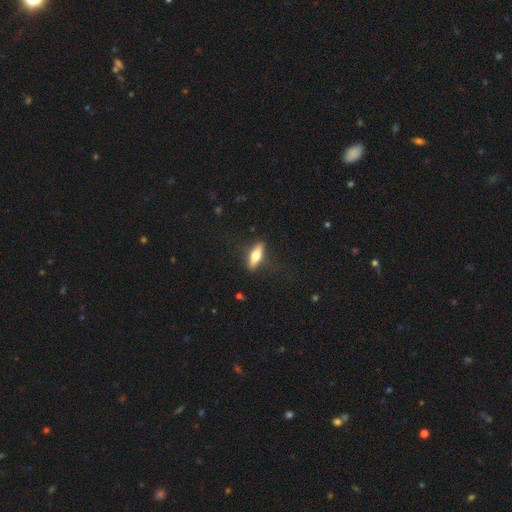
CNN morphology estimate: Smooth or featured? smooth (53%)
How rounded? cigar-shaped (53%)
Merging? none (82%)